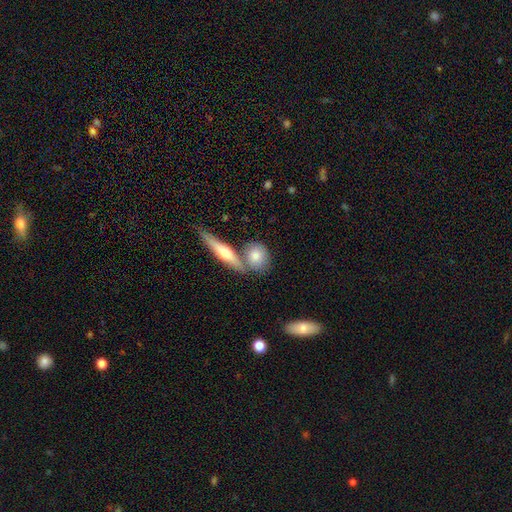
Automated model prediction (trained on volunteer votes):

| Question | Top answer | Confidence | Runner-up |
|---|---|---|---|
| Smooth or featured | smooth | 76% | featured or disk (18%) |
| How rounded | round | 58% | in between (32%) |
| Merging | none | 60% | merger (26%) |